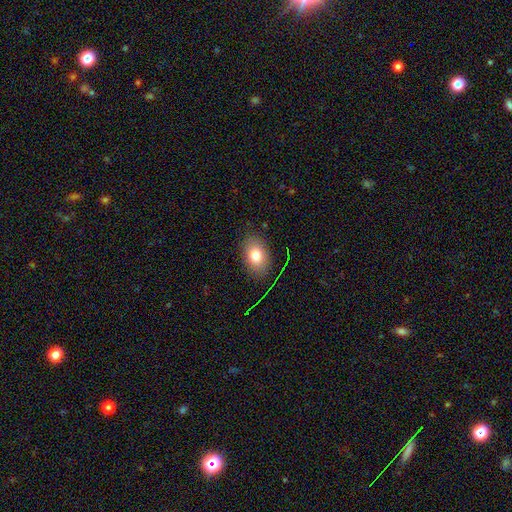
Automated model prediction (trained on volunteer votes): Smooth or featured? smooth (78%)
How rounded? in between (82%)
Merging? none (84%)